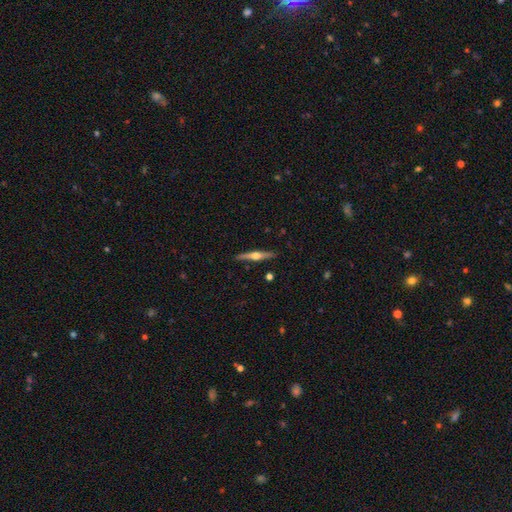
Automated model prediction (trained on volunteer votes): smooth_or_featured: featured or disk (p=0.73) [alt: smooth p=0.22]
disk_edge_on: yes (p=0.98) [alt: no p=0.02]
edge_on_bulge: rounded (p=0.95) [alt: boxy p=0.03]
merging: none (p=0.90) [alt: minor disturbance p=0.07]